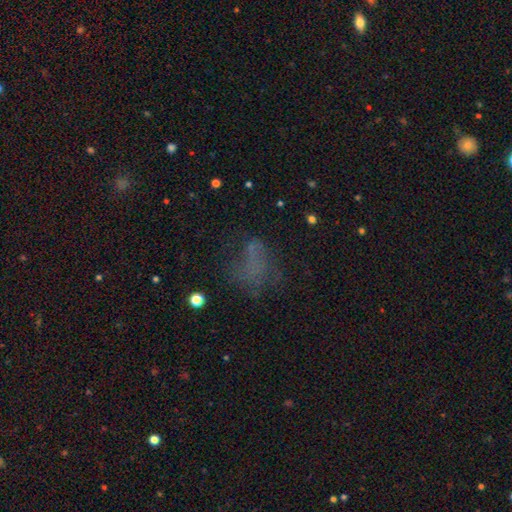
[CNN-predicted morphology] A smooth galaxy with no disk features (46%). Merging: none (44%).